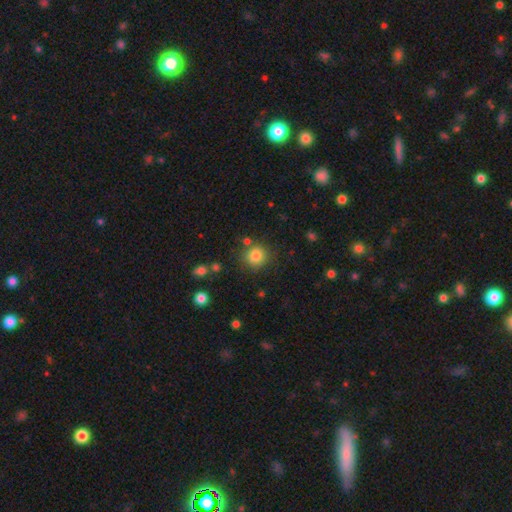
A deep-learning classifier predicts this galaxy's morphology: smooth-or-featured: smooth: 83% | star or artifact: 11% | featured or disk: 6%
  how-rounded: round: 89% | in between: 10% | cigar-shaped: 1%
  merging: none: 80% | minor disturbance: 11% | merger: 6% | major disturbance: 4%